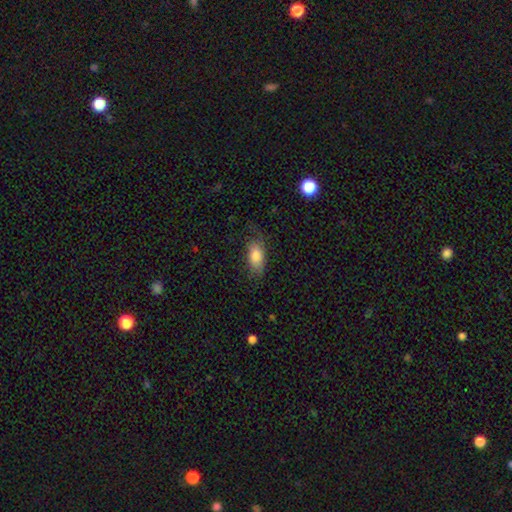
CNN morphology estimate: Smooth or featured? Predicted: smooth (p=0.80). How rounded? Predicted: in between (p=0.89). Merging? Predicted: none (p=0.66).